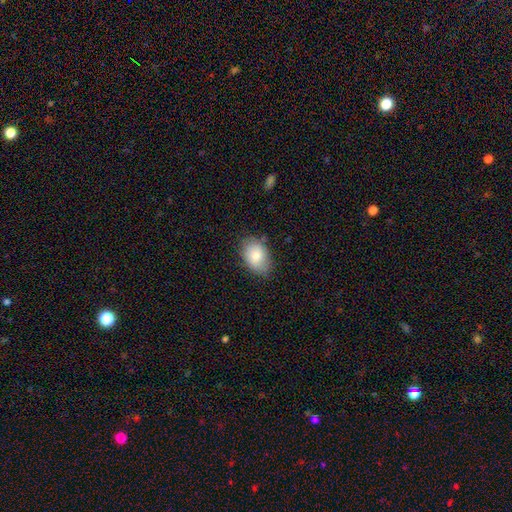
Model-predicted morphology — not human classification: smooth-or-featured: smooth: 78% | featured or disk: 15% | star or artifact: 7%
  how-rounded: in between: 83% | round: 16% | cigar-shaped: 1%
  merging: none: 78% | minor disturbance: 17% | major disturbance: 4% | merger: 1%